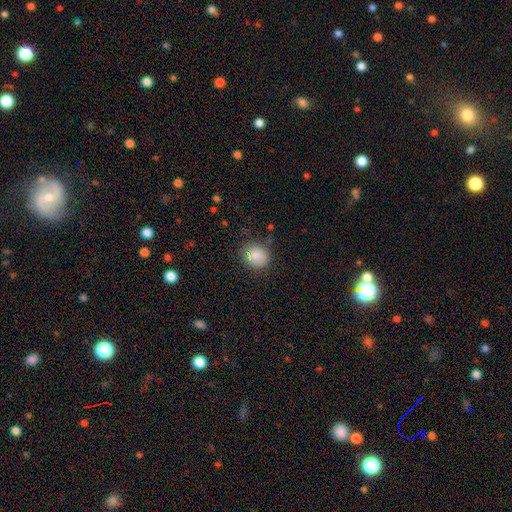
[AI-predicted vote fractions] Morphology: type=smooth (82%); roundness=round (75%); merging=none (74%).